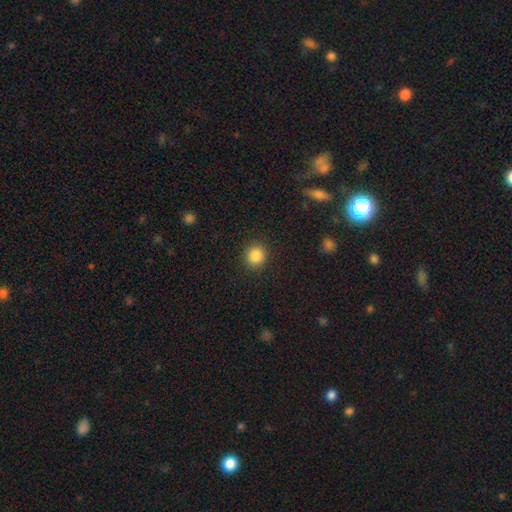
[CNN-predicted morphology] This appears to be a smooth galaxy with no disk features (86%) that is round (87%). Merging: none (91%).